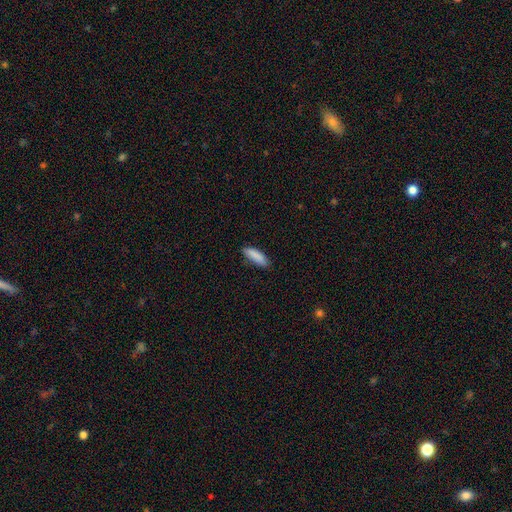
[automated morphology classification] type=smooth (88%); roundness=in between (53%); merging=none (76%).